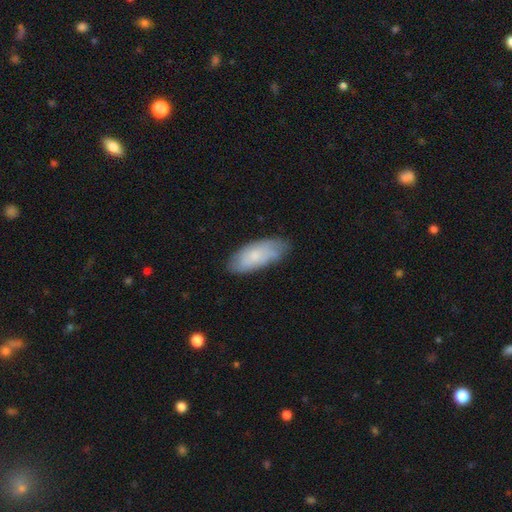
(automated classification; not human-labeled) Overall: smooth (62%; featured or disk 31%). How rounded: in between (85%). Merging: none (71%).